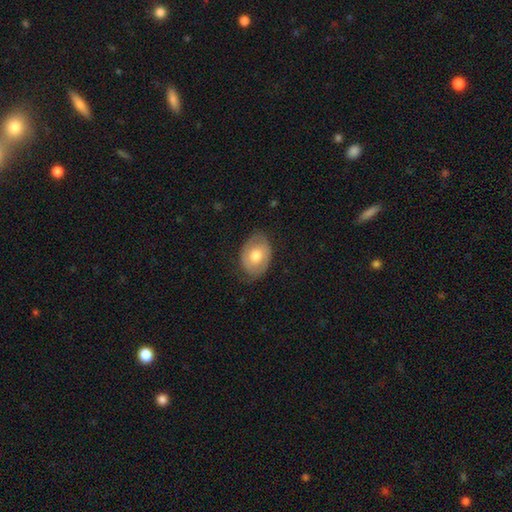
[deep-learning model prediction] smooth-or-featured: smooth: 57% | featured or disk: 37% | star or artifact: 6%
  how-rounded: in between: 78% | round: 21% | cigar-shaped: 1%
  merging: none: 73% | minor disturbance: 20% | major disturbance: 6% | merger: 1%